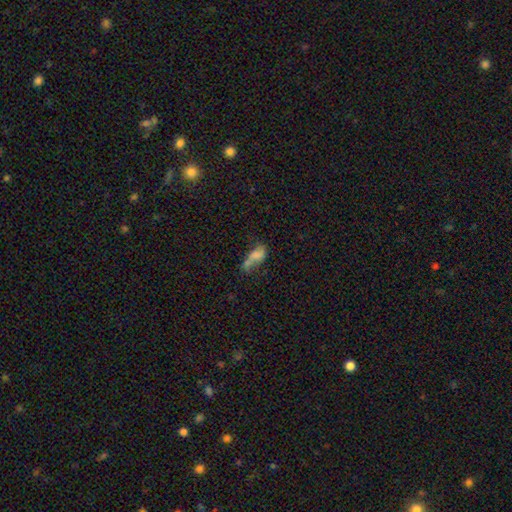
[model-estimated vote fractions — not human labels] This appears to be a smooth galaxy with no disk features (64%) that is in between round and cigar-shaped (82%). Merging: merger (29%).